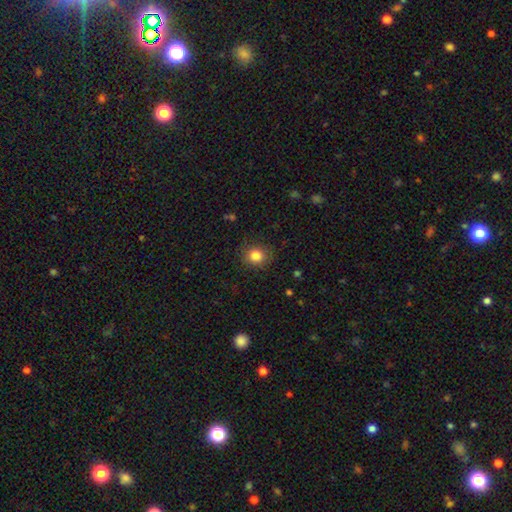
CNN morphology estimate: Overall: smooth (84%). How rounded: round (80%). Merging: none (84%).